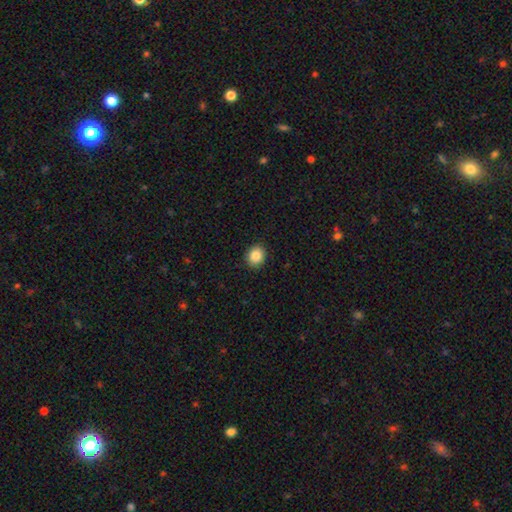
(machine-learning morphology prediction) Q: Smooth or featured?
A: smooth (86%); runner-up: star or artifact (9%)
Q: How rounded?
A: round (65%); runner-up: in between (34%)
Q: Merging?
A: none (91%); runner-up: minor disturbance (6%)